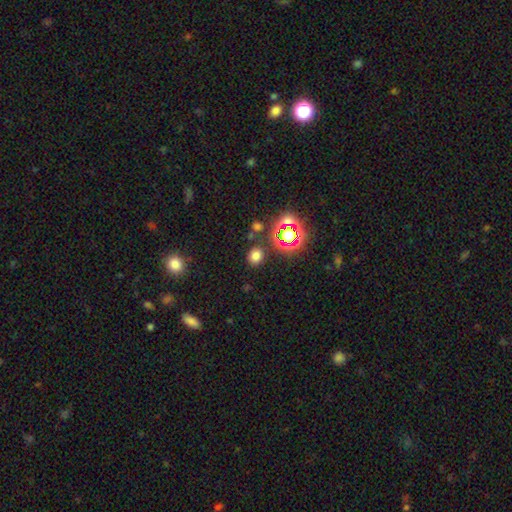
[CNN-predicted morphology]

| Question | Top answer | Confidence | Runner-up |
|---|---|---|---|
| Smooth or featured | smooth | 70% | star or artifact (24%) |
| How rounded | round | 69% | in between (30%) |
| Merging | none | 83% | minor disturbance (9%) |